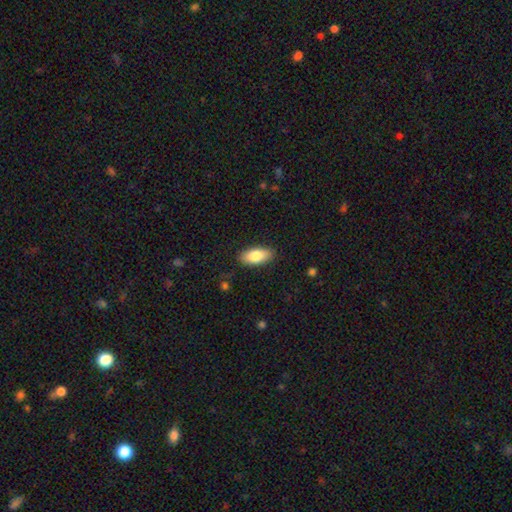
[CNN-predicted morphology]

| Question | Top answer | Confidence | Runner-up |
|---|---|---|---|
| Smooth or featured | smooth | 81% | featured or disk (12%) |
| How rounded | in between | 88% | cigar-shaped (10%) |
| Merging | none | 87% | minor disturbance (9%) |